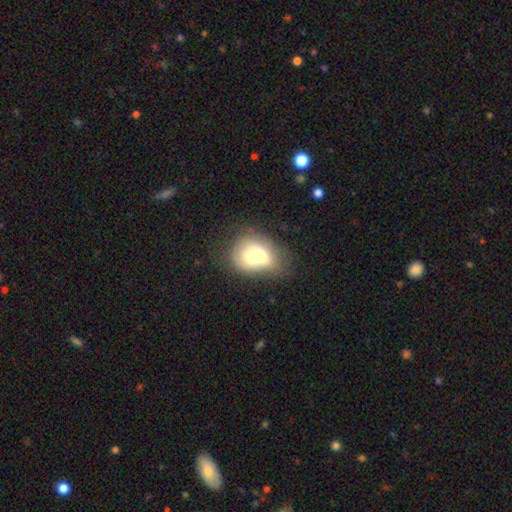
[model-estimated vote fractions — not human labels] Overall: smooth (62%; featured or disk 29%). How rounded: round (53%; in between 46%). Merging: merger (57%; none 25%).